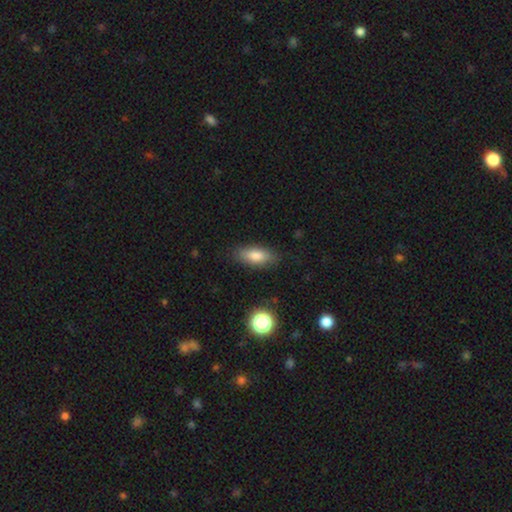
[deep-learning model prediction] smooth_or_featured: smooth (p=0.81) [alt: featured or disk p=0.11]
how_rounded: in between (p=0.81) [alt: cigar-shaped p=0.16]
merging: none (p=0.85) [alt: minor disturbance p=0.11]